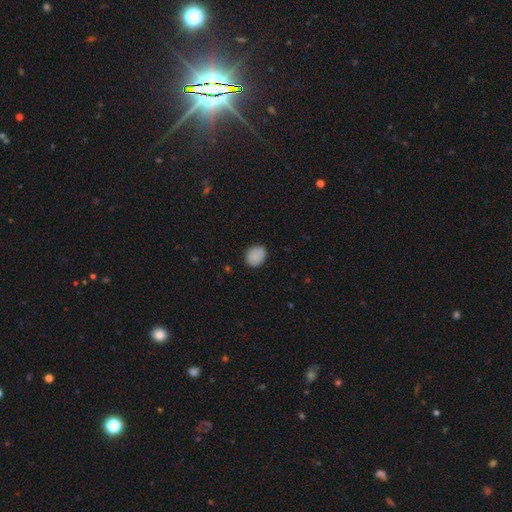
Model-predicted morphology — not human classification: A smooth galaxy with no disk features (86%) that is round (55%).

Vote fractions:
- Smooth or featured? smooth: 86% / star or artifact: 8% / featured or disk: 6%
- How rounded? round: 55% / in between: 45% / cigar-shaped: 1%
- Merging? none: 86% / minor disturbance: 11% / major disturbance: 2% / merger: 1%